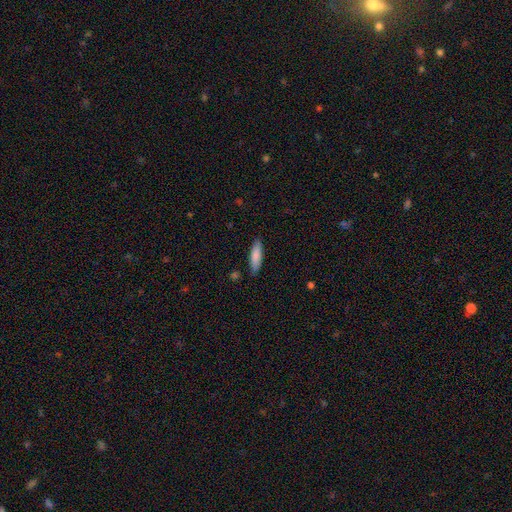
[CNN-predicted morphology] Smooth or featured? smooth (84%)
How rounded? cigar-shaped (62%)
Merging? none (85%)